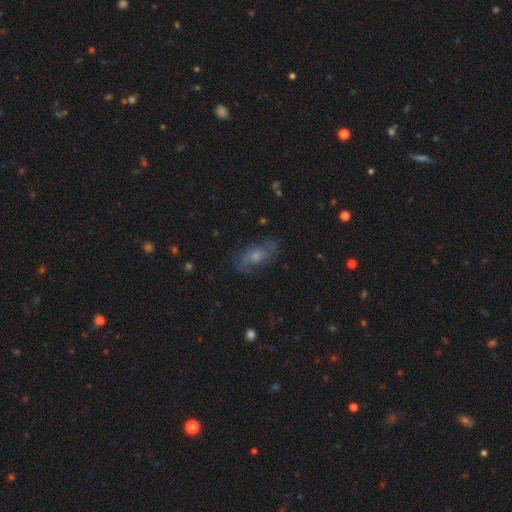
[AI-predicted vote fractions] smooth 47%, featured or disk 40%, star or artifact 13%. Down the decision tree: merging — none (70%).